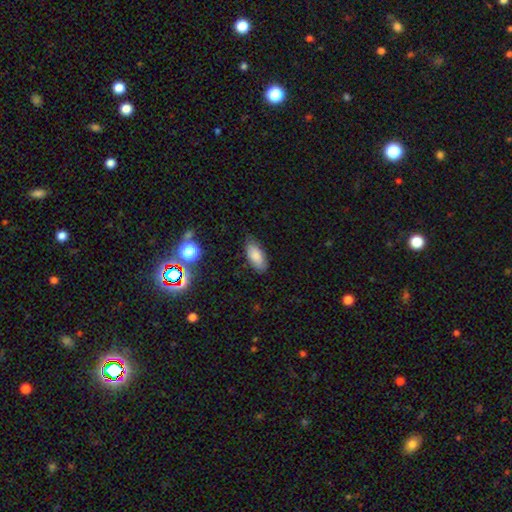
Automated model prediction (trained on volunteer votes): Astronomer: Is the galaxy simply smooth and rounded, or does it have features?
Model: smooth — 82%.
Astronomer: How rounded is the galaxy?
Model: in between — 88%.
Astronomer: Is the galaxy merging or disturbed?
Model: none — 76%.